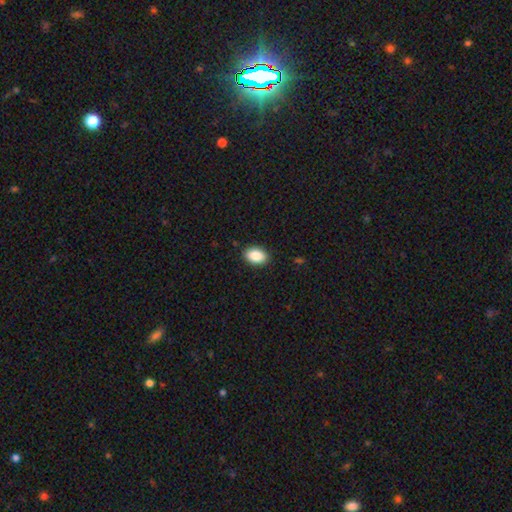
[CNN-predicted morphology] Smooth or featured: smooth — 88% (star or artifact — 7%)
How rounded: in between — 89% (round — 10%)
Merging: none — 89% (minor disturbance — 8%)